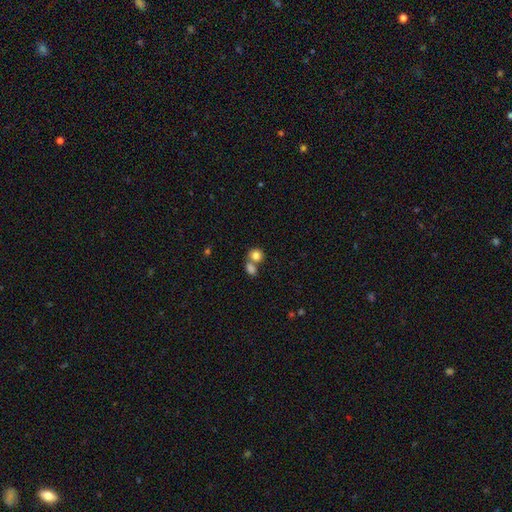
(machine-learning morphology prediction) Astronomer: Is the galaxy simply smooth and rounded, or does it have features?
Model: smooth — 82%.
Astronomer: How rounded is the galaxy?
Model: round — 74%.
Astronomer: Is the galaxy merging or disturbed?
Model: merger — 46% (runner-up: none, 42%).